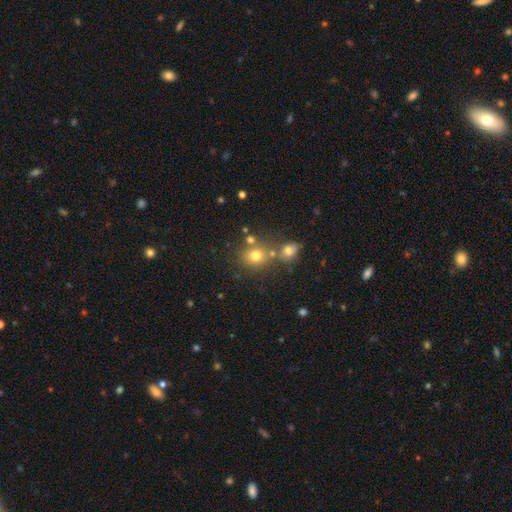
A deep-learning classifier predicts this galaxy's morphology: The model was most divided on "merging": none: 61%, merger: 24%, minor disturbance: 10%, major disturbance: 4%. More confident: how rounded — round (74%); smooth or featured — smooth (73%).